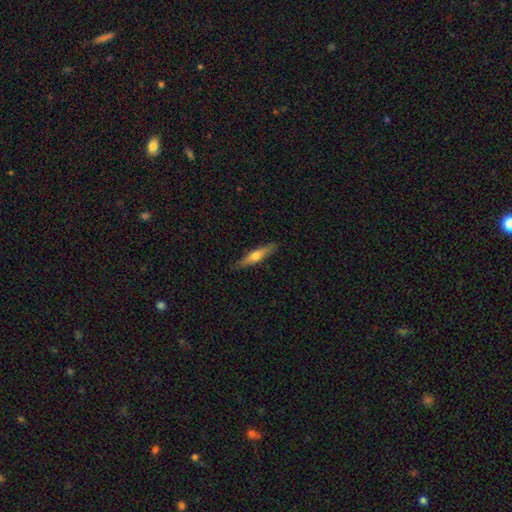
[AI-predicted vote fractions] Morphology: type=featured or disk (49%); merging=none (87%).